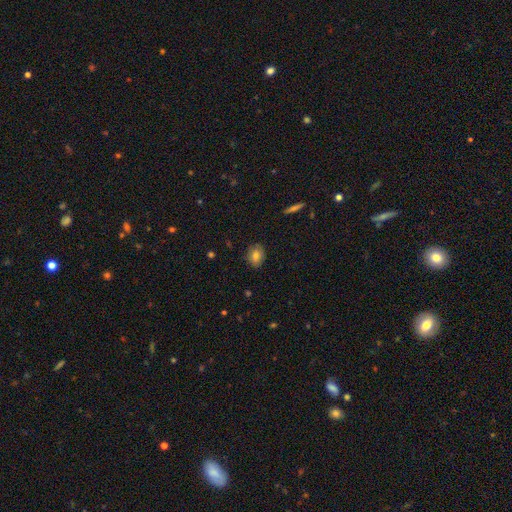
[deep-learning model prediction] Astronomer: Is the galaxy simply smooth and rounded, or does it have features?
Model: smooth — 74%.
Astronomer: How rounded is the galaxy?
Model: in between — 59% (runner-up: round, 39%).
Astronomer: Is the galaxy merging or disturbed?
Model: none — 82%.